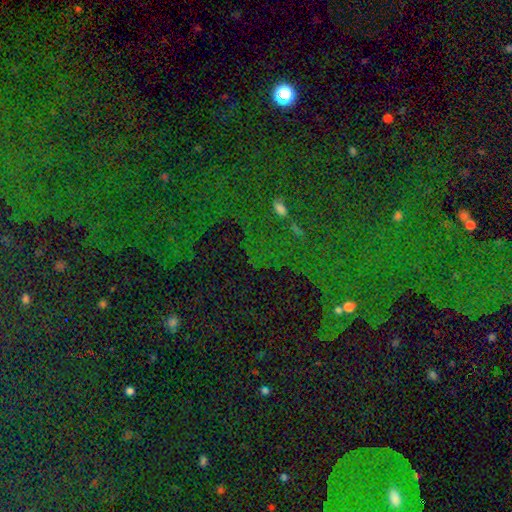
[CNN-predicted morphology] type=star or artifact (70%).